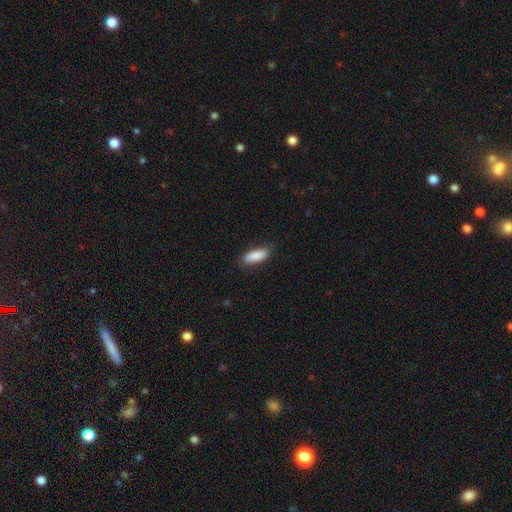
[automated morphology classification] Overall: smooth (88%). How rounded: in between (72%). Merging: none (82%).